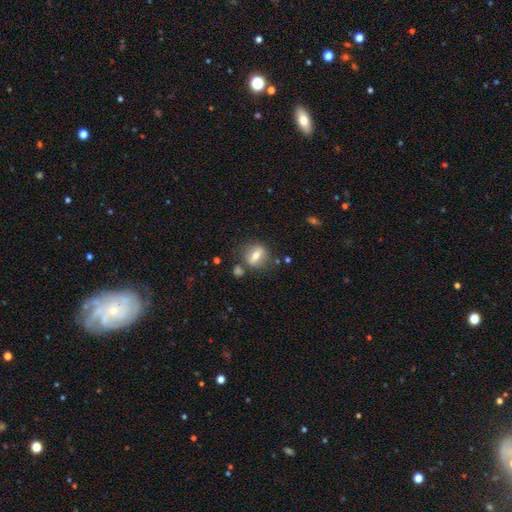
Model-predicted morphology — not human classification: smooth_or_featured: smooth (p=0.55) [alt: featured or disk p=0.36]
how_rounded: in between (p=0.49) [alt: round p=0.43]
merging: none (p=0.73) [alt: minor disturbance p=0.13]